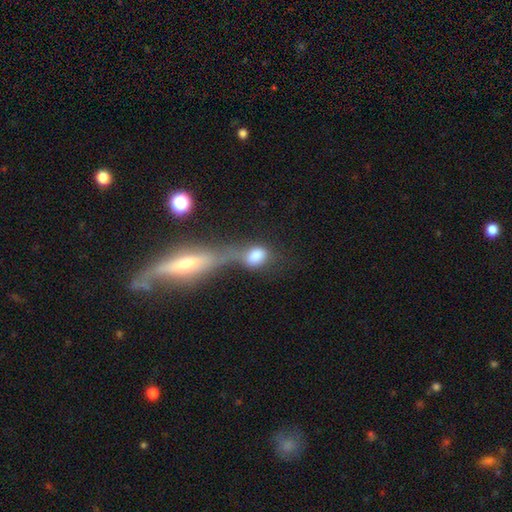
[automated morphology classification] smooth_or_featured: smooth (p=0.75) [alt: featured or disk p=0.14]
how_rounded: in between (p=0.60) [alt: round p=0.35]
merging: merger (p=0.54) [alt: none p=0.24]